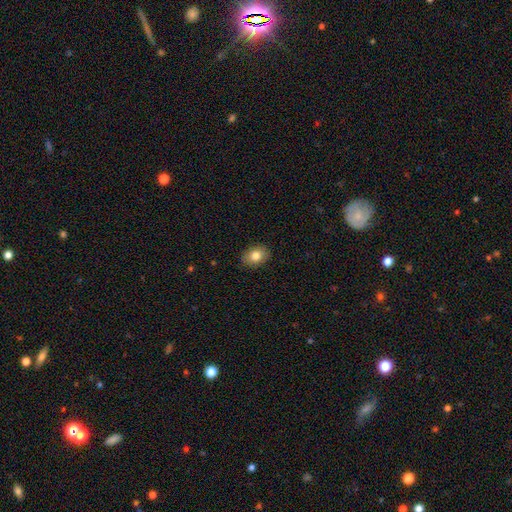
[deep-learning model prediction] smooth-or-featured: smooth: 81% | featured or disk: 10% | star or artifact: 8%
  how-rounded: in between: 72% | round: 27% | cigar-shaped: 1%
  merging: none: 87% | minor disturbance: 10% | major disturbance: 2% | merger: 1%